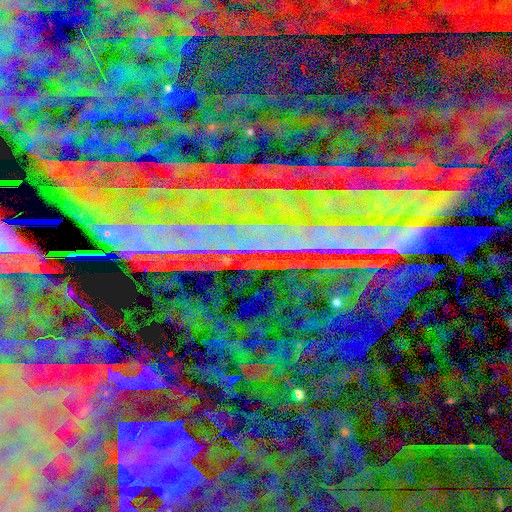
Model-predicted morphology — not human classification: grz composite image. It shows a star or artifact, not a galaxy (89%).